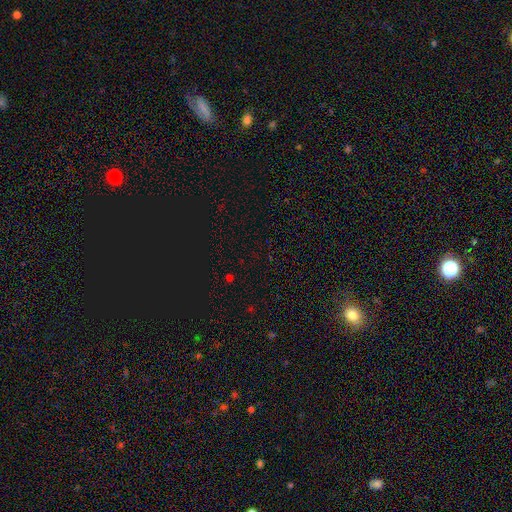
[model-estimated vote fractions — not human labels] smooth_or_featured: star or artifact (p=0.69) [alt: smooth p=0.24]